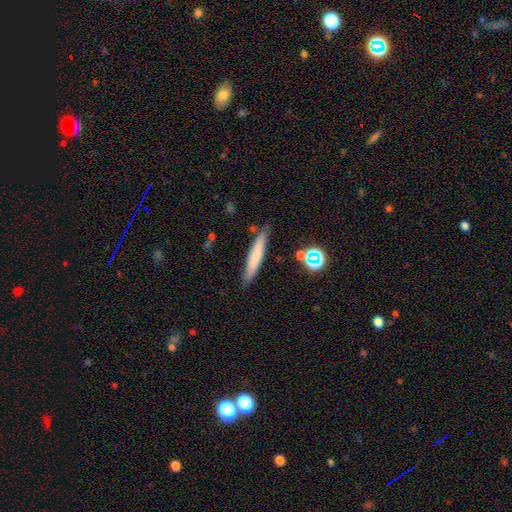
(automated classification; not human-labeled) Q: Smooth or featured?
A: smooth (67%); runner-up: featured or disk (25%)
Q: How rounded?
A: cigar-shaped (92%); runner-up: in between (7%)
Q: Merging?
A: none (84%); runner-up: minor disturbance (11%)